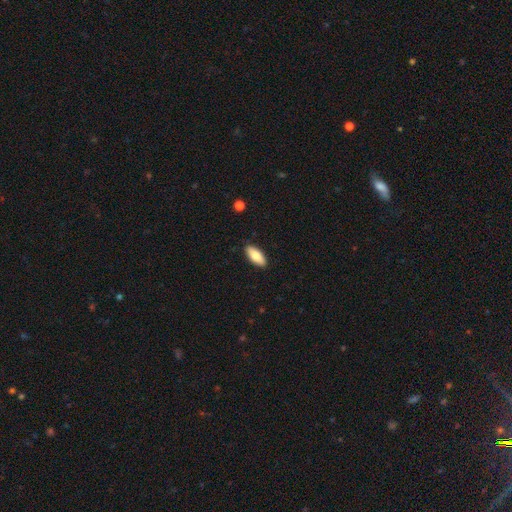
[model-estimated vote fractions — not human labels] Overall: smooth (77%). How rounded: in between (83%). Merging: none (89%).